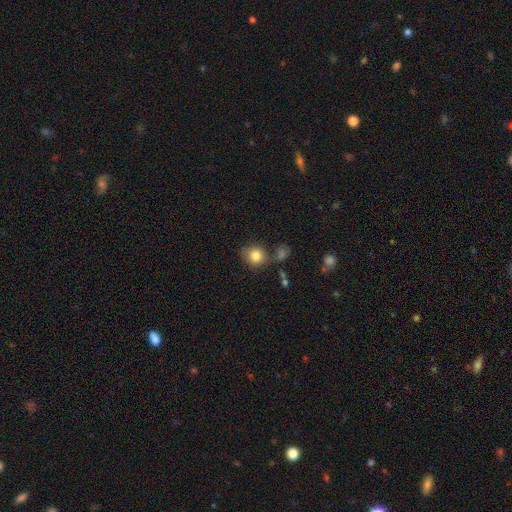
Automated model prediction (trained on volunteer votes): smooth-or-featured: smooth: 83% | star or artifact: 10% | featured or disk: 8%
  how-rounded: round: 81% | in between: 18% | cigar-shaped: 1%
  merging: none: 68% | minor disturbance: 17% | merger: 10% | major disturbance: 5%